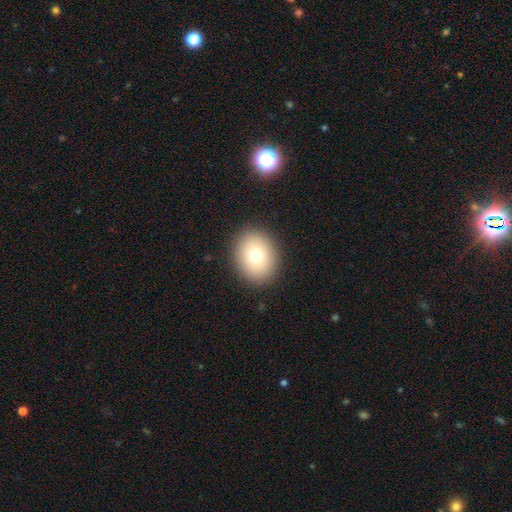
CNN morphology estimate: Overall: smooth (75%). How rounded: round (59%; in between 40%). Merging: none (90%).